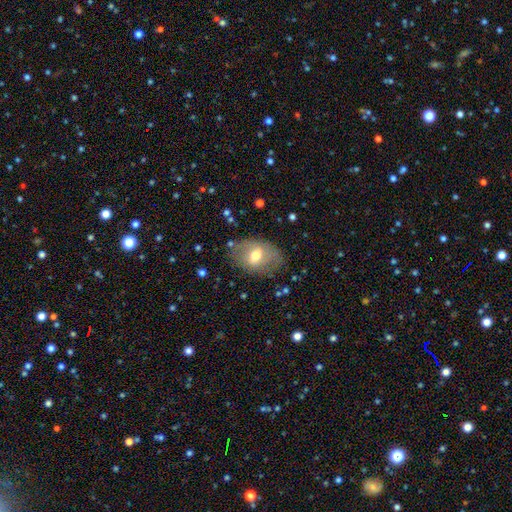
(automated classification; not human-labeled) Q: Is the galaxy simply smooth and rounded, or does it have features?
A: smooth — 52%.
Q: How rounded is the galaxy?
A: in between — 79%.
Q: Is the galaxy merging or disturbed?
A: none — 73%.